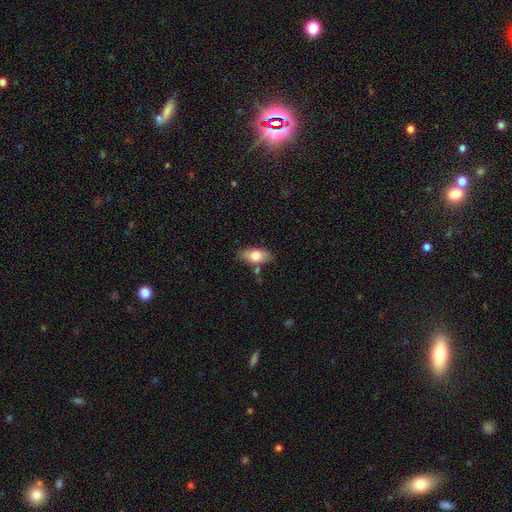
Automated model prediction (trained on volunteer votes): A smooth galaxy with no disk features (75%) that is in between round and cigar-shaped (89%).

Vote fractions:
- Smooth or featured? smooth: 75% / featured or disk: 18% / star or artifact: 7%
- How rounded? in between: 89% / cigar-shaped: 8% / round: 3%
- Merging? none: 74% / minor disturbance: 16% / merger: 6% / major disturbance: 3%